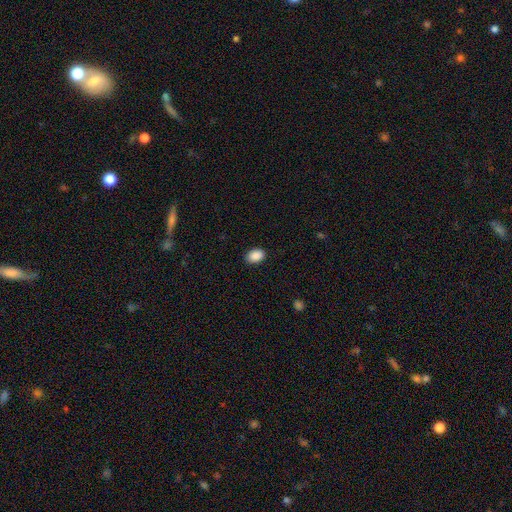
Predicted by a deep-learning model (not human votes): Overall: smooth (90%). How rounded: in between (82%). Merging: none (88%).